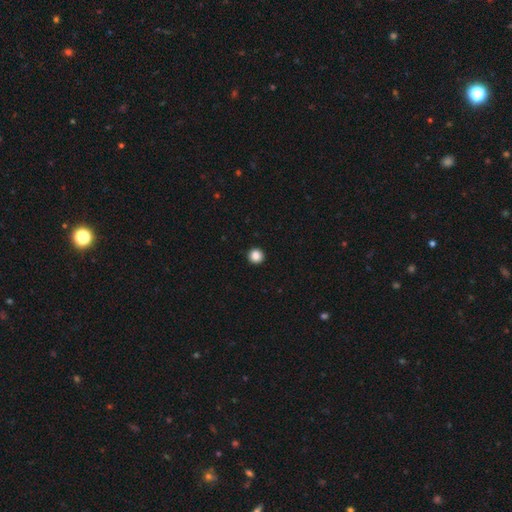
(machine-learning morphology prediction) The model was most divided on "smooth or featured": smooth: 87%, star or artifact: 10%, featured or disk: 3%. More confident: how rounded — round (96%); merging — none (94%).